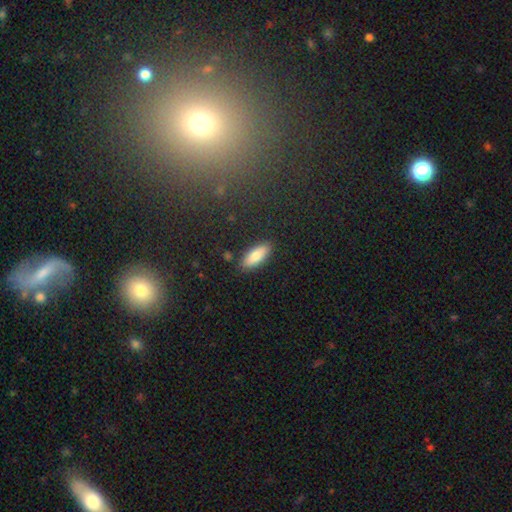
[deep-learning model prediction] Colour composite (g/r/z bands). It shows a smooth galaxy with no disk features (81%) that is in between round and cigar-shaped (76%). Merging: none (86%).